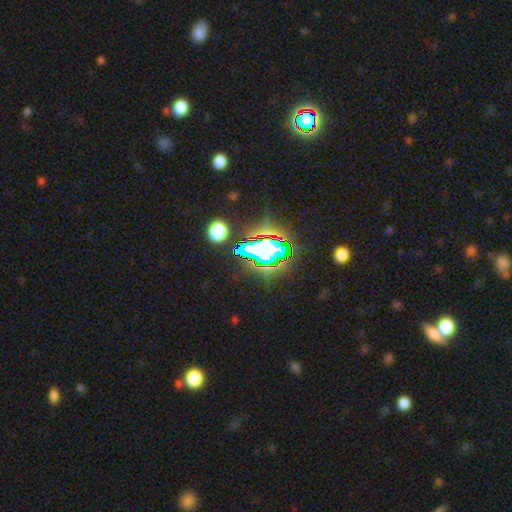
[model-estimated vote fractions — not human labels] A star or artifact, not a galaxy (67%).